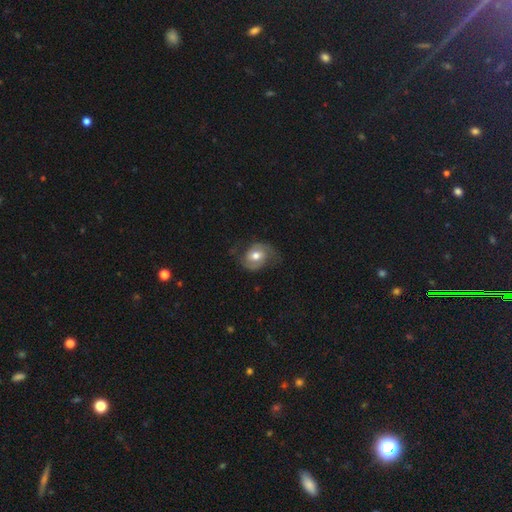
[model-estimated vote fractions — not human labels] Overall: featured or disk (62%; smooth 32%). Edge-on disk: no (97%). Bar: no (56%; weak 34%). Spiral arms: yes (83%). Bulge size: moderate (72%). Merging: none (60%; minor disturbance 23%).